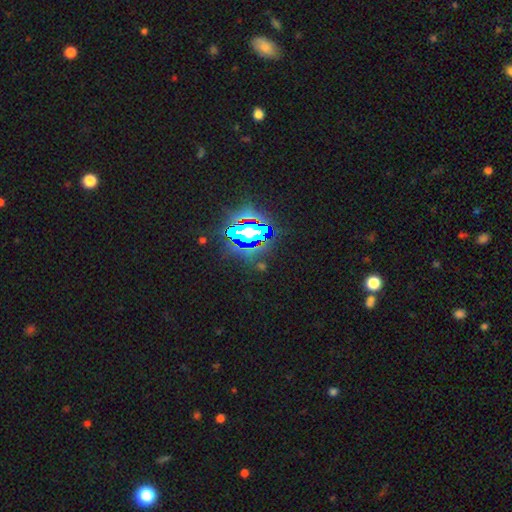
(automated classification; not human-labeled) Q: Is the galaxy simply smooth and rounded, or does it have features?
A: star or artifact — 83%.